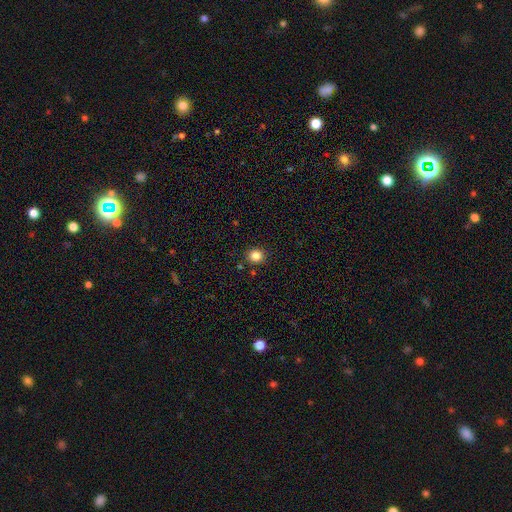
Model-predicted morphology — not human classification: Overall: smooth (84%). How rounded: round (88%). Merging: none (89%).